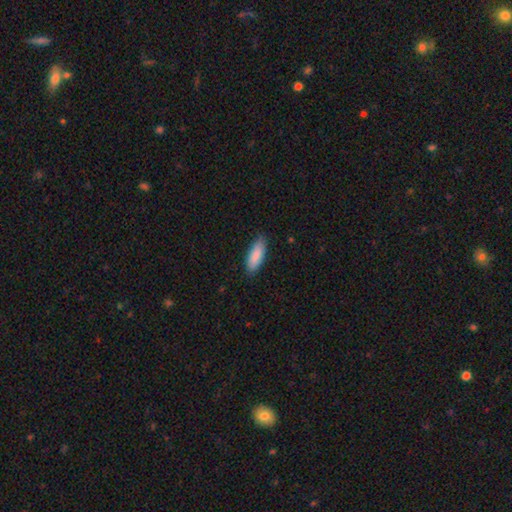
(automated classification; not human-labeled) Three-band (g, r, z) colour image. It shows a smooth galaxy with no disk features (88%) that is in between round and cigar-shaped (66%). Merging: none (84%).